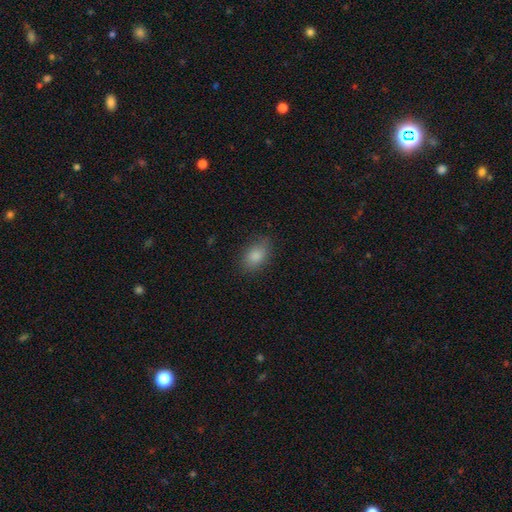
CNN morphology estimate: smooth_or_featured: smooth (p=0.85) [alt: star or artifact p=0.09]
how_rounded: in between (p=0.85) [alt: round p=0.14]
merging: none (p=0.80) [alt: minor disturbance p=0.15]